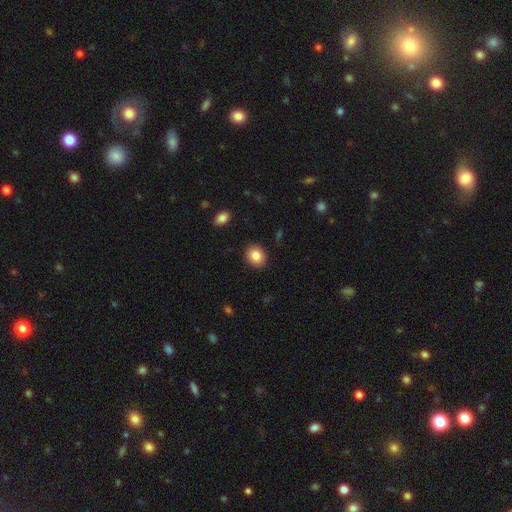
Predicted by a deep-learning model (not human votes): A smooth galaxy with no disk features (85%) that is round (71%). Merging: none (90%).